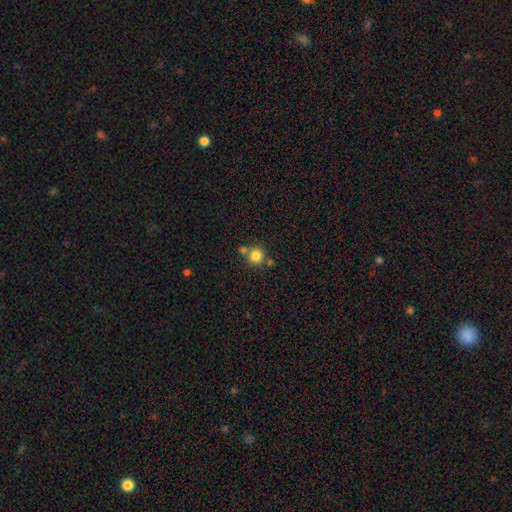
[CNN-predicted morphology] Q: Smooth or featured?
A: smooth (82%); runner-up: star or artifact (11%)
Q: How rounded?
A: round (92%); runner-up: in between (7%)
Q: Merging?
A: none (67%); runner-up: merger (21%)